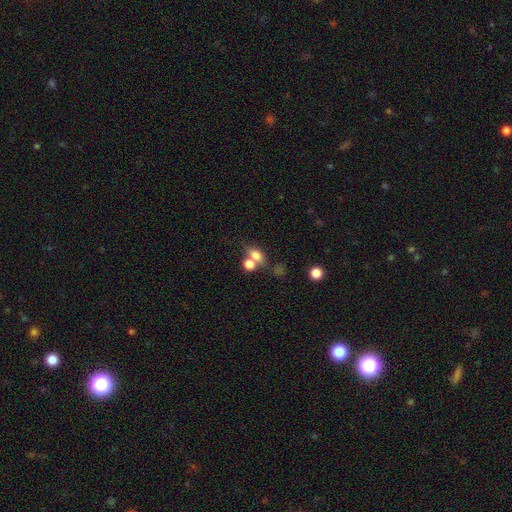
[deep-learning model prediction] A smooth galaxy with no disk features (73%) that is in between round and cigar-shaped (68%).

Vote fractions:
- Smooth or featured? smooth: 73% / featured or disk: 15% / star or artifact: 12%
- How rounded? in between: 68% / round: 26% / cigar-shaped: 6%
- Merging? merger: 46% / none: 36% / minor disturbance: 10% / major disturbance: 7%